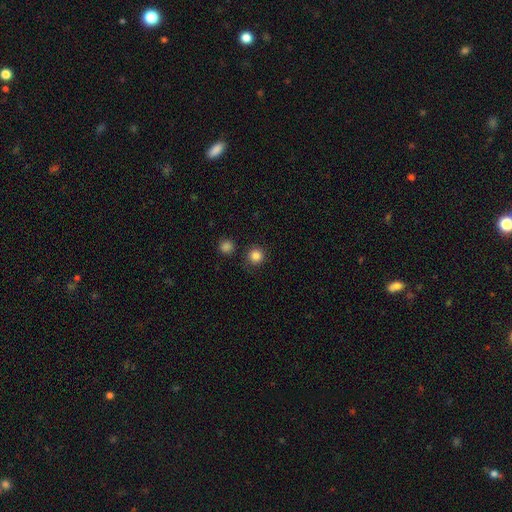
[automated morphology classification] This is clearly a smooth galaxy (85%). How rounded: clearly round (94%). Merging: clearly none (86%).